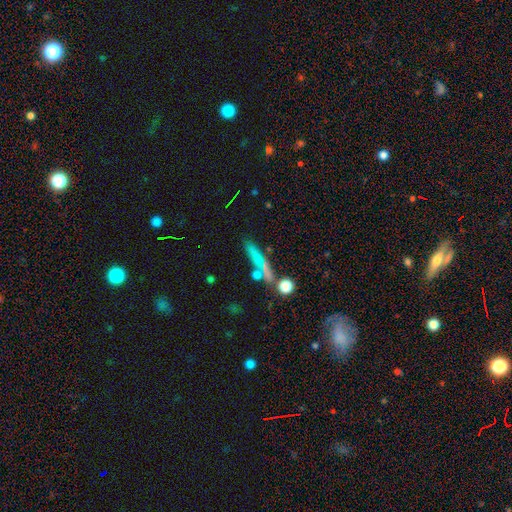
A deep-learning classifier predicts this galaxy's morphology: Smooth or featured? Predicted: smooth (p=0.50). How rounded? Predicted: cigar-shaped (p=0.83). Merging? Predicted: none (p=0.71).